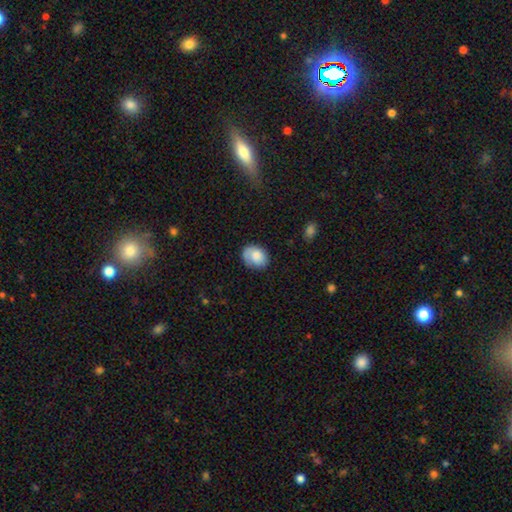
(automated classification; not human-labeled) Smooth or featured? Predicted: smooth (p=0.75). How rounded? Predicted: in between (p=0.58). Merging? Predicted: none (p=0.69).